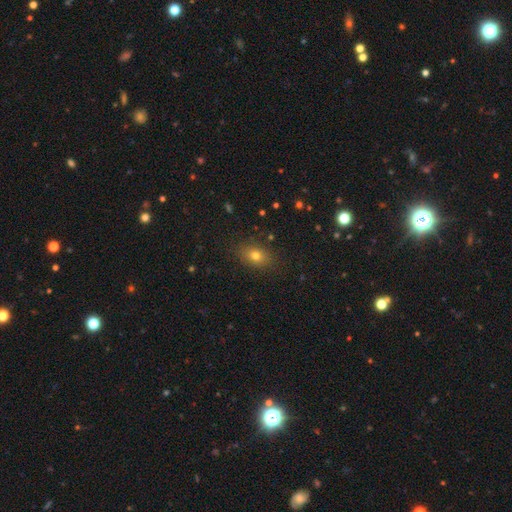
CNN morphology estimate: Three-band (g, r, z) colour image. It shows a smooth galaxy with no disk features (74%) that is in between round and cigar-shaped (74%). Merging: none (86%).